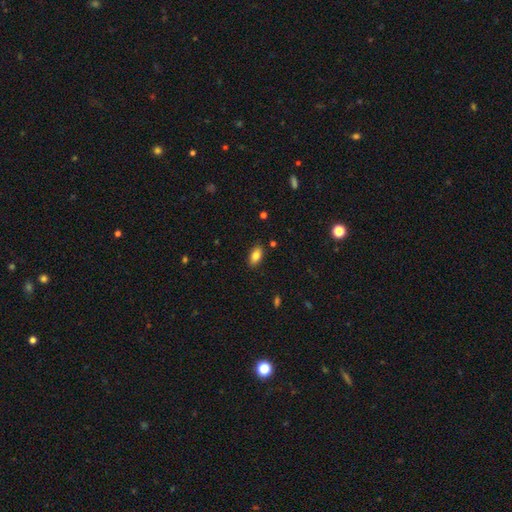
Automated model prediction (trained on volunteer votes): smooth 84%, featured or disk 8%, star or artifact 8%. Down the decision tree: how rounded — in between (90%); merging — none (87%).